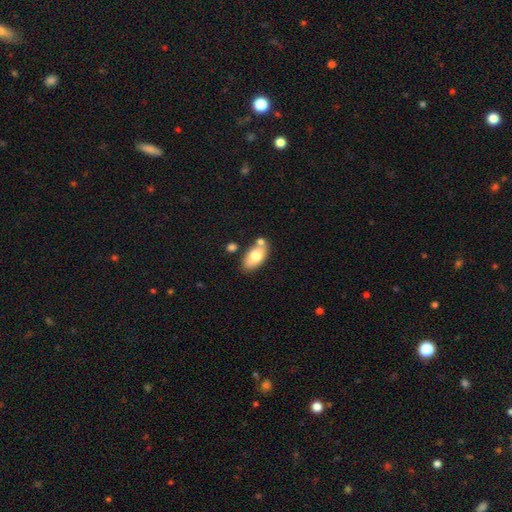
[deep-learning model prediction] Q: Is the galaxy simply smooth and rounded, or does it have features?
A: smooth — 71%.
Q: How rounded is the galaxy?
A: in between — 92%.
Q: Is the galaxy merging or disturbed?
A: none — 65%.